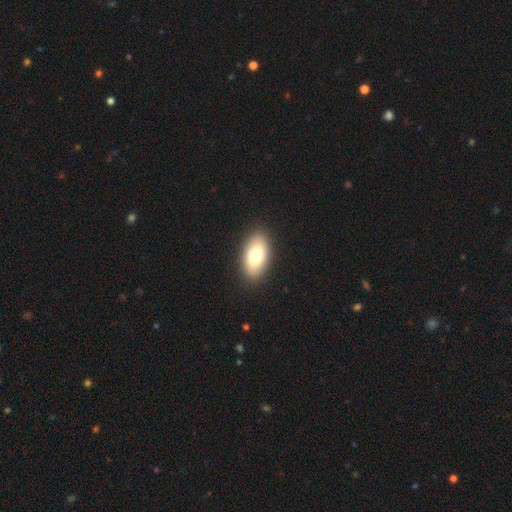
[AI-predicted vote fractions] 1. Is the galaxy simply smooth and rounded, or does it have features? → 77% smooth, 16% featured or disk, 7% star or artifact.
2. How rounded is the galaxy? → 93% in between, 5% round, 3% cigar-shaped.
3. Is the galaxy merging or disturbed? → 90% none, 7% minor disturbance, 2% major disturbance, 1% merger.